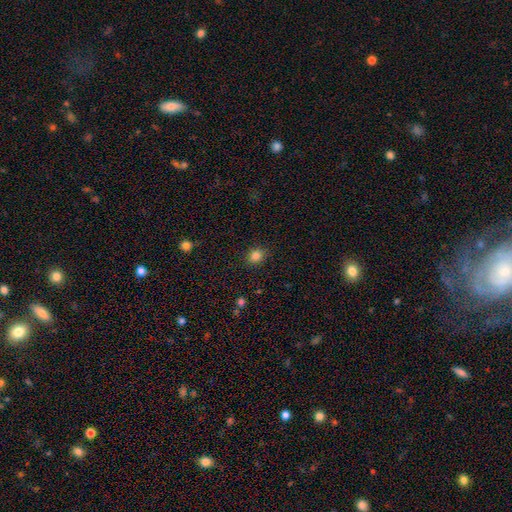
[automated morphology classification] smooth-or-featured: smooth: 83% | star or artifact: 12% | featured or disk: 5%
  how-rounded: round: 63% | in between: 36% | cigar-shaped: 1%
  merging: none: 87% | minor disturbance: 9% | major disturbance: 3% | merger: 1%